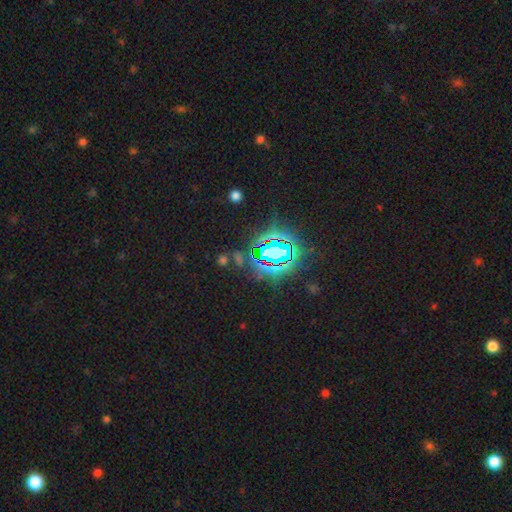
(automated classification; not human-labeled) This is clearly a star or artifact rather than a galaxy (83%).